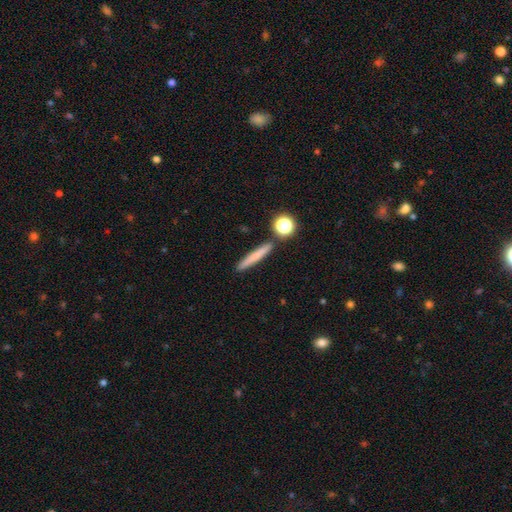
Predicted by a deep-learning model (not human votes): Smooth or featured? Predicted: smooth (p=0.71). How rounded? Predicted: cigar-shaped (p=0.92). Merging? Predicted: none (p=0.87).